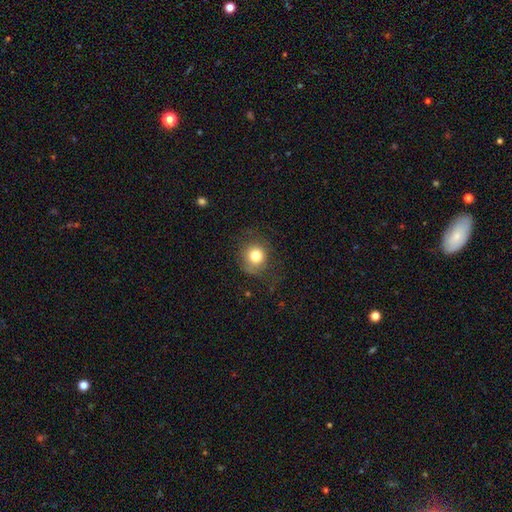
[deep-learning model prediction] Smooth or featured?
  - smooth: 79% *
  - star or artifact: 11%
  - featured or disk: 10%
How rounded?
  - round: 88% *
  - in between: 11%
  - cigar-shaped: 1%
Merging?
  - none: 73% *
  - minor disturbance: 17%
  - major disturbance: 9%
  - merger: 1%